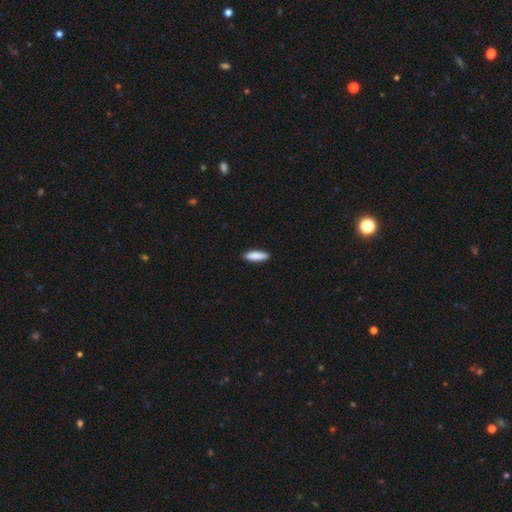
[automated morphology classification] The model was most divided on "how rounded": cigar-shaped: 53%, in between: 45%, round: 2%. More confident: merging — none (90%); smooth or featured — smooth (90%).